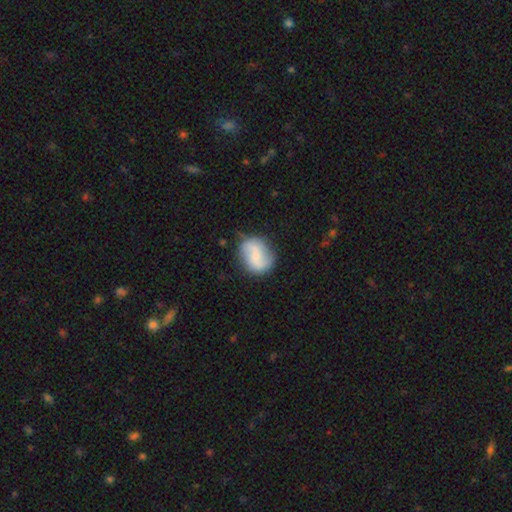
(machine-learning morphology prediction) type=featured or disk (60%); edge-on=no (97%); bar=no (46%); spiral arms=yes (90%); winding=loose (52%); arm count=2 (89%); bulge=small (54%); merging=none (74%).